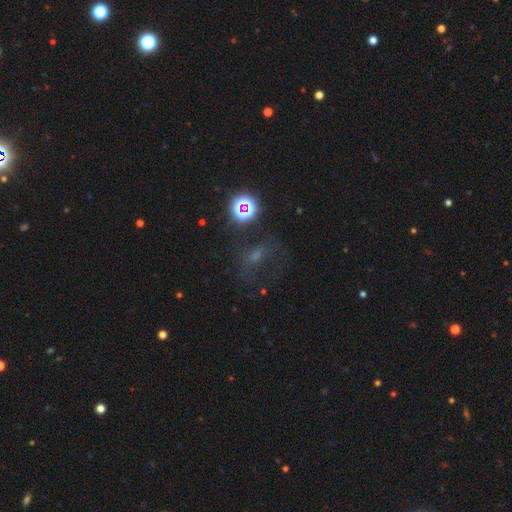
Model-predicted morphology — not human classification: Smooth or featured? star or artifact (40%)